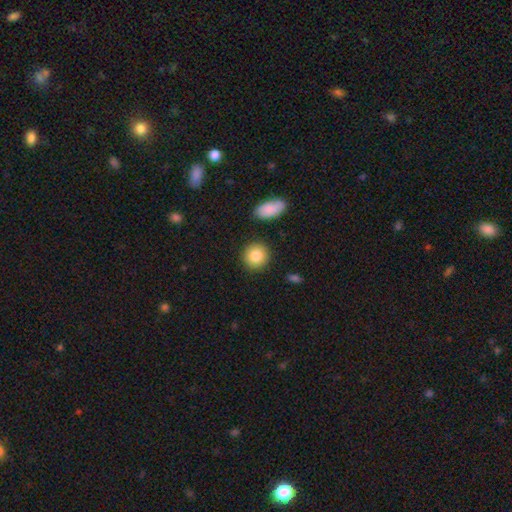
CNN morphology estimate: Overall: smooth (85%). How rounded: round (90%). Merging: none (88%).